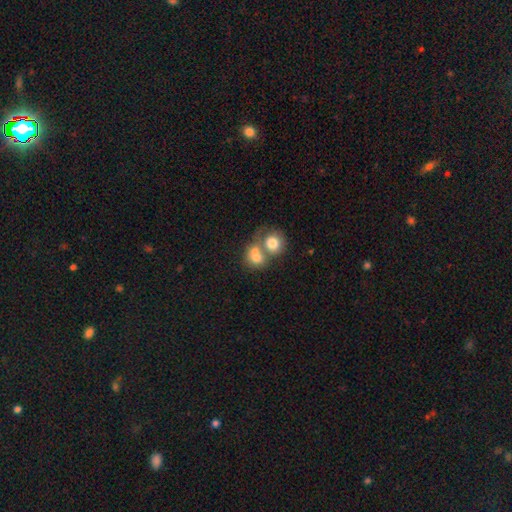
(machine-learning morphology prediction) Smooth or featured: smooth — 73% (featured or disk — 17%)
How rounded: round — 65% (in between — 33%)
Merging: merger — 64% (none — 24%)